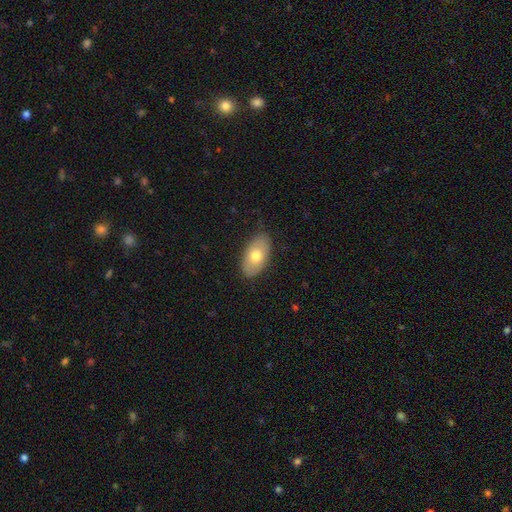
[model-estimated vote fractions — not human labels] Smooth or featured: smooth — 70% (featured or disk — 24%)
How rounded: in between — 93% (round — 5%)
Merging: none — 83% (minor disturbance — 13%)